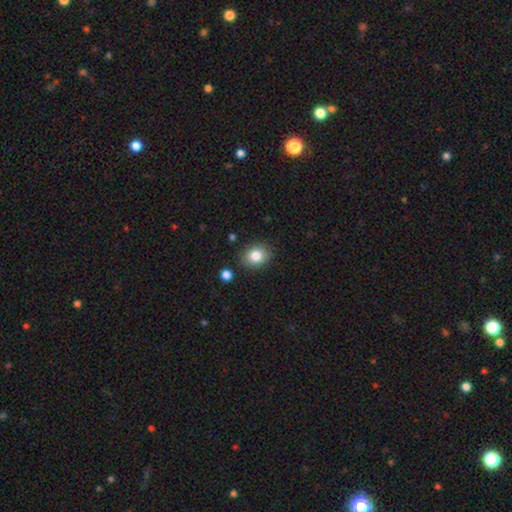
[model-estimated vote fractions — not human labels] Smooth or featured?
  - smooth: 82% *
  - star or artifact: 10%
  - featured or disk: 8%
How rounded?
  - round: 53% *
  - in between: 46%
  - cigar-shaped: 1%
Merging?
  - none: 86% *
  - minor disturbance: 9%
  - merger: 3%
  - major disturbance: 2%